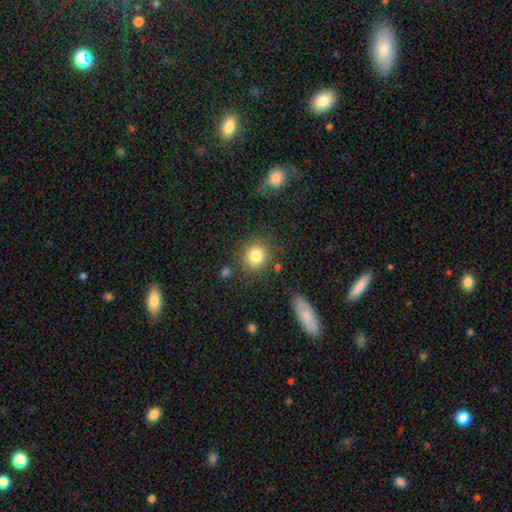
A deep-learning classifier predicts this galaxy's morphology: This appears to be a smooth galaxy with no disk features (82%) that is round (85%). Merging: none (83%).